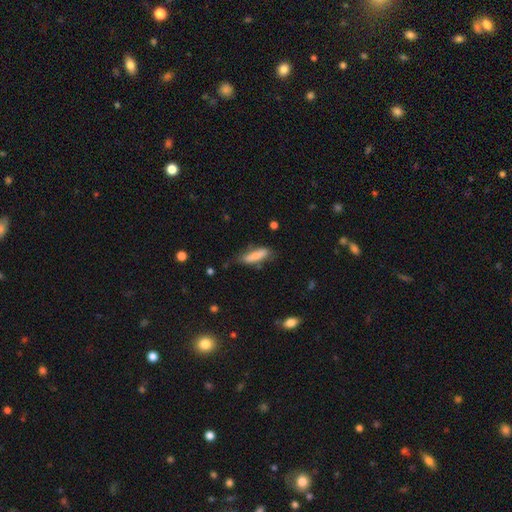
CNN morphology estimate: A smooth galaxy with no disk features (80%) that is cigar-shaped (54%).

Vote fractions:
- Smooth or featured? smooth: 80% / featured or disk: 13% / star or artifact: 7%
- How rounded? cigar-shaped: 54% / in between: 44% / round: 2%
- Merging? none: 65% / minor disturbance: 25% / major disturbance: 6% / merger: 3%